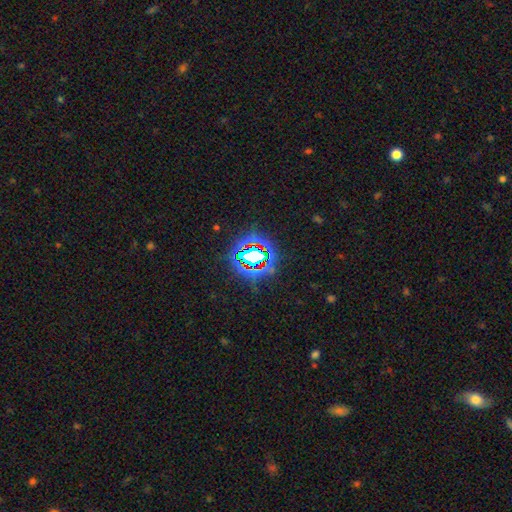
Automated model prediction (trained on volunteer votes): Smooth or featured? Predicted: star or artifact (p=0.72).